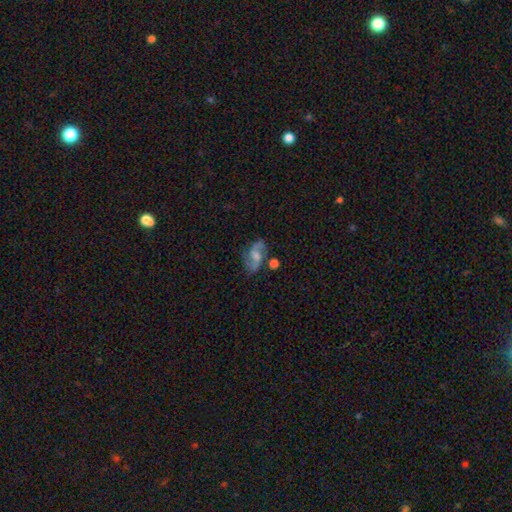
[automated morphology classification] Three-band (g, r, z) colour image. It shows a featured or disk galaxy (77%) with no bar (46%), 2 (90%) loose (46%) spiral arms (95%) and a moderate central bulge (41%). Merging: none (65%).